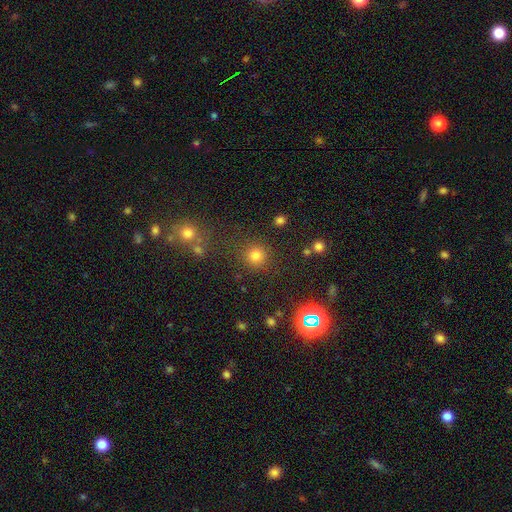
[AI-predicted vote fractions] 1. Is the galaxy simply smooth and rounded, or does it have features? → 78% smooth, 16% star or artifact, 5% featured or disk.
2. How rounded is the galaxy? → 94% round, 5% in between, 1% cigar-shaped.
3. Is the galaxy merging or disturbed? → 86% none, 7% minor disturbance, 4% merger, 3% major disturbance.